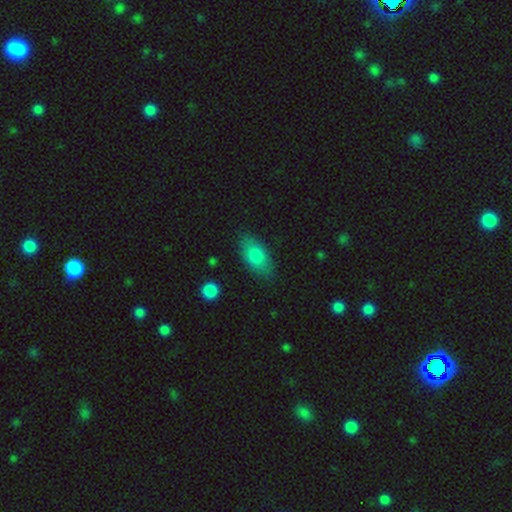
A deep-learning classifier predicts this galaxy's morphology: type=smooth (78%); roundness=in between (89%); merging=none (81%).